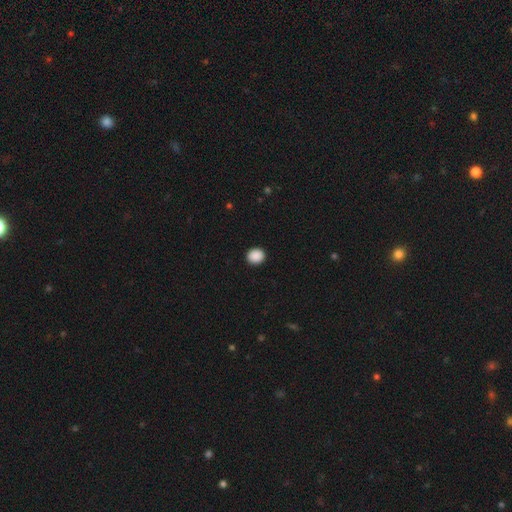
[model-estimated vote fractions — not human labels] This appears to be a smooth galaxy with no disk features (90%) that is round (77%). Merging: none (92%).